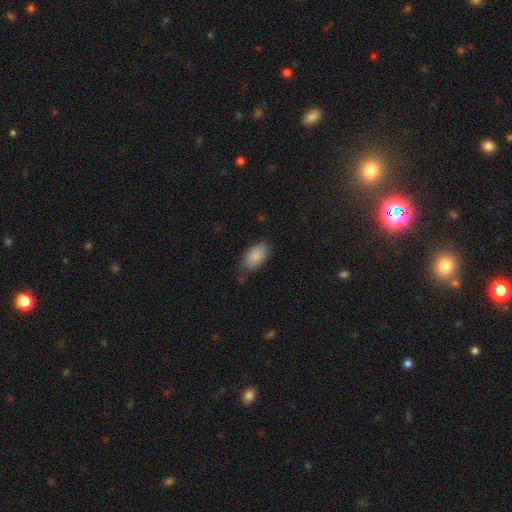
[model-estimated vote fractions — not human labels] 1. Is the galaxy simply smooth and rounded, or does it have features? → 87% smooth, 7% featured or disk, 6% star or artifact.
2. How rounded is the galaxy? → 94% in between, 4% round, 3% cigar-shaped.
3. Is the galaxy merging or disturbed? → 67% none, 25% minor disturbance, 5% major disturbance, 2% merger.